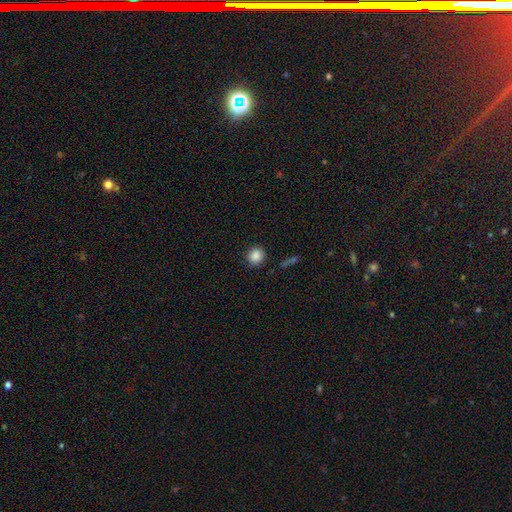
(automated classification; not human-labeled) A smooth galaxy with no disk features (87%) that is round (90%). Merging: none (89%).